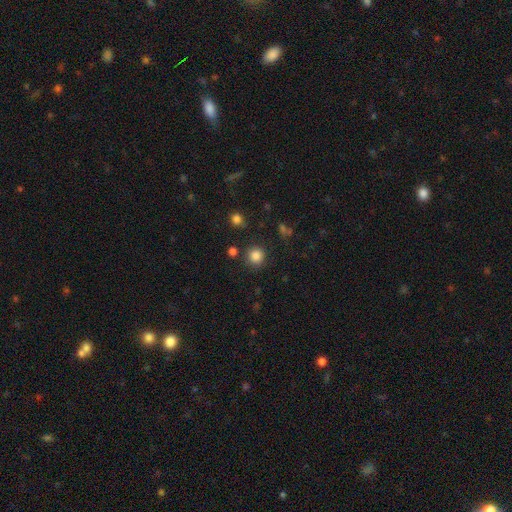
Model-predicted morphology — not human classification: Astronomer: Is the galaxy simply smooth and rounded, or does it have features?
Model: smooth — 84%.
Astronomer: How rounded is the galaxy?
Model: round — 92%.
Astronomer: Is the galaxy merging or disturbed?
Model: none — 85%.